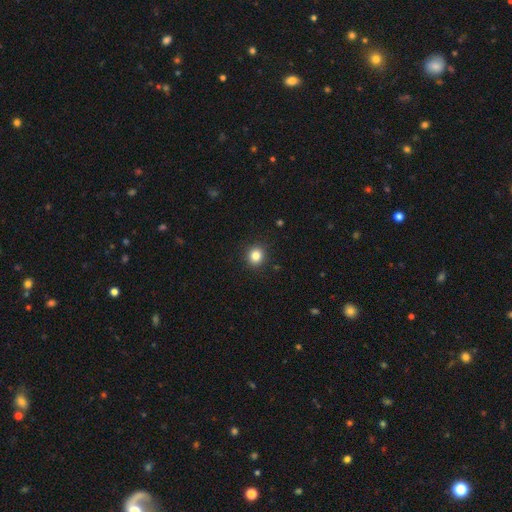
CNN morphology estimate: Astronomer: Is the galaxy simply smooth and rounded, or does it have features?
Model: smooth — 83%.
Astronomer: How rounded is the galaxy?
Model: round — 85%.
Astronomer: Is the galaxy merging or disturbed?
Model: none — 91%.